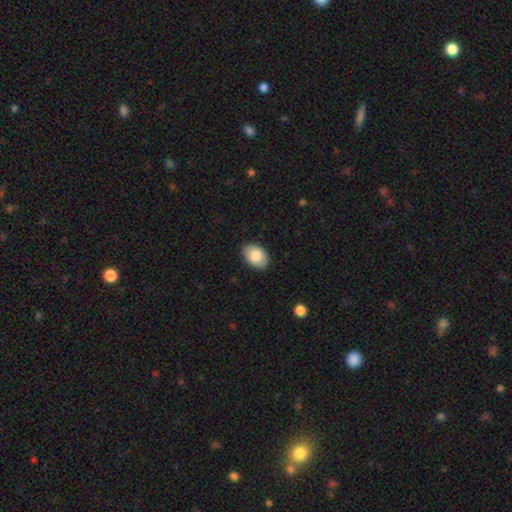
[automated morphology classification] Smooth or featured? smooth (86%)
How rounded? in between (87%)
Merging? none (87%)